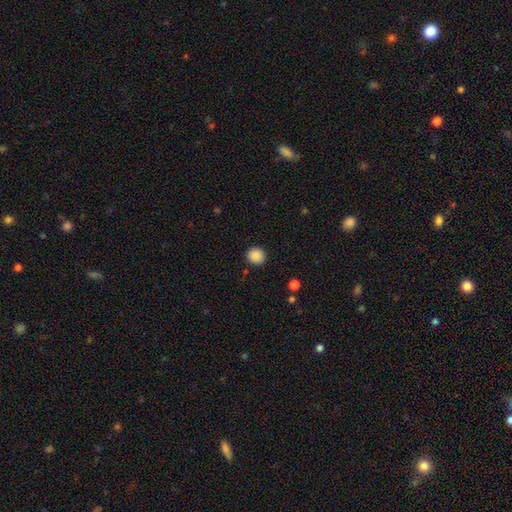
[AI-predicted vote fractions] Smooth or featured?
  - smooth: 88% *
  - star or artifact: 9%
  - featured or disk: 3%
How rounded?
  - round: 91% *
  - in between: 8%
  - cigar-shaped: 1%
Merging?
  - none: 90% *
  - minor disturbance: 6%
  - major disturbance: 2%
  - merger: 1%